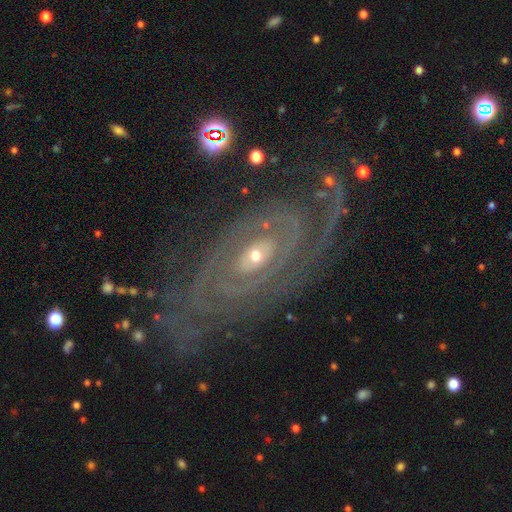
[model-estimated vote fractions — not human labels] The model was most divided on "spiral arm count" (2-way tie): can't tell: 32%, 2: 32%, 3: 12%, 1: 9%, 4: 8%, more than 4: 7%. More confident: edge-on disk — no (95%); smooth or featured — featured or disk (85%); spiral arms — yes (82%); bar — no (81%); spiral winding — tight (67%); merging — none (67%); bulge size — small (54%).